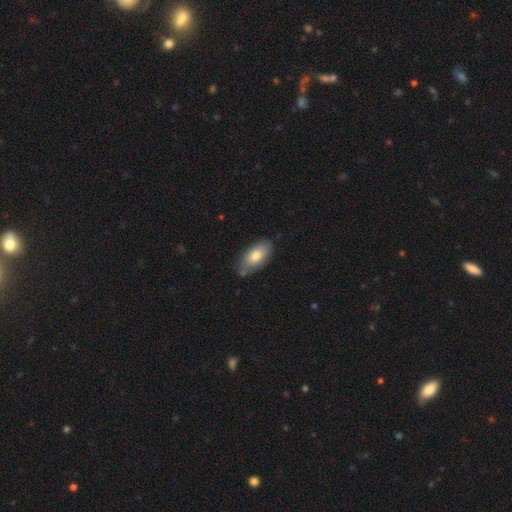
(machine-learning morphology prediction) A smooth galaxy with no disk features (76%) that is in between round and cigar-shaped (91%). Merging: none (73%).